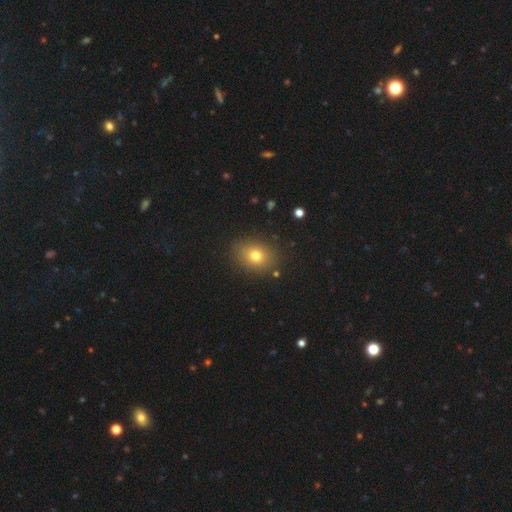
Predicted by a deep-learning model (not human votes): Smooth or featured?
  - smooth: 75% *
  - star or artifact: 13%
  - featured or disk: 11%
How rounded?
  - in between: 53% *
  - round: 46%
  - cigar-shaped: 1%
Merging?
  - none: 86% *
  - minor disturbance: 9%
  - major disturbance: 3%
  - merger: 2%